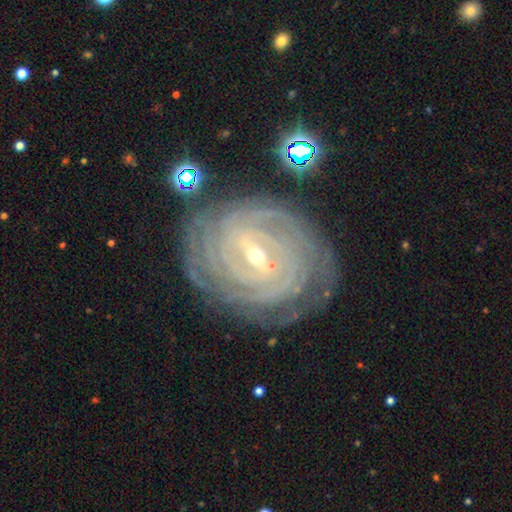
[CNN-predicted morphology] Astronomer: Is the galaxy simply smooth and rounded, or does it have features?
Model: featured or disk — 92%.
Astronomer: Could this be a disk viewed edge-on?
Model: no — 97%.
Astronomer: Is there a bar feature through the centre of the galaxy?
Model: weak — 45% (runner-up: strong, 42%).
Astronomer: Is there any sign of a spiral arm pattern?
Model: yes — 98%.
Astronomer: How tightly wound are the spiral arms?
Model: tight — 89%.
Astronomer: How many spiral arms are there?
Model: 4 — 31% (runner-up: can't tell, 20%).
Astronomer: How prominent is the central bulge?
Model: small — 66%.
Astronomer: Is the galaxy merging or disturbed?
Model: none — 83%.